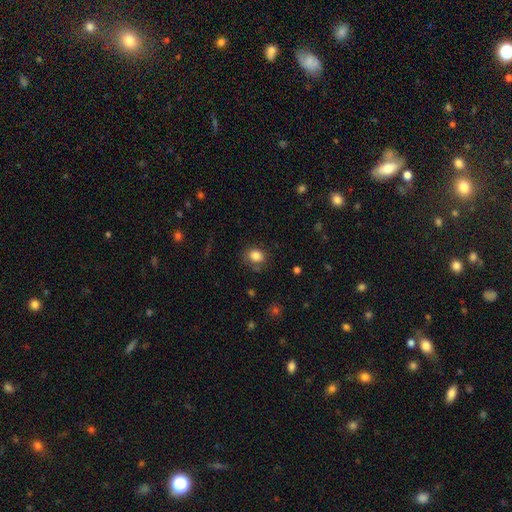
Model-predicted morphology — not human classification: A smooth galaxy with no disk features (83%) that is round (56%).

Vote fractions:
- Smooth or featured? smooth: 83% / star or artifact: 10% / featured or disk: 7%
- How rounded? round: 56% / in between: 44% / cigar-shaped: 1%
- Merging? none: 71% / minor disturbance: 19% / major disturbance: 7% / merger: 3%